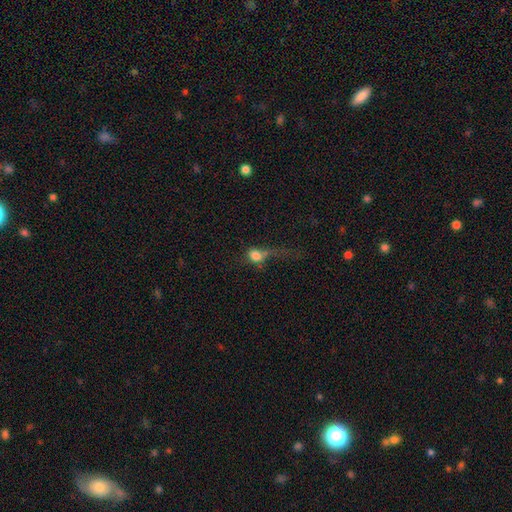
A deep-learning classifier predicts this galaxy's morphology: Smooth or featured?
  - smooth: 70% *
  - featured or disk: 17%
  - star or artifact: 13%
How rounded?
  - round: 55% *
  - in between: 40%
  - cigar-shaped: 5%
Merging?
  - major disturbance: 48% *
  - none: 23%
  - minor disturbance: 17%
  - merger: 12%